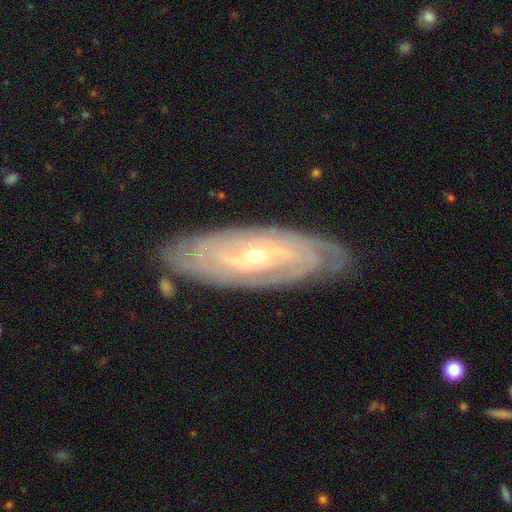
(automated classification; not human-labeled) Morphology: type=featured or disk (88%); edge-on=no (88%); bar=no (47%); spiral arms=yes (95%); winding=tight (79%); arm count=can't tell (39%); bulge=small (58%); merging=none (83%).